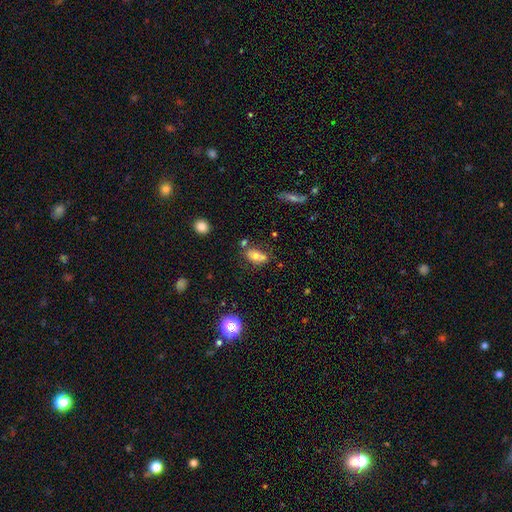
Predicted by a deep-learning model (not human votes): A smooth galaxy with no disk features (69%) that is in between round and cigar-shaped (79%).

Vote fractions:
- Smooth or featured? smooth: 69% / featured or disk: 19% / star or artifact: 12%
- How rounded? in between: 79% / round: 17% / cigar-shaped: 4%
- Merging? none: 53% / merger: 24% / minor disturbance: 18% / major disturbance: 6%